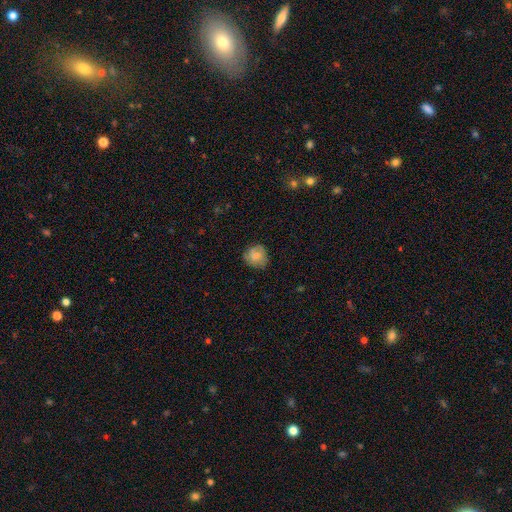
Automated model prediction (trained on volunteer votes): A smooth galaxy with no disk features (71%) that is round (82%). Merging: none (73%).